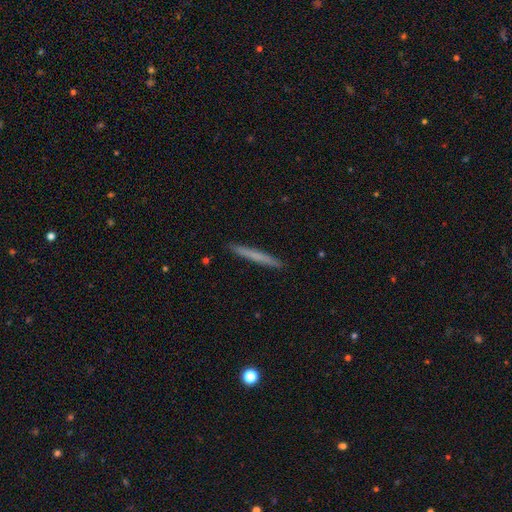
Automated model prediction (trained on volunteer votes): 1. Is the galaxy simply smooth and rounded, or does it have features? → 65% smooth, 29% featured or disk, 6% star or artifact.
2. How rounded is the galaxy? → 97% cigar-shaped, 2% in between, 1% round.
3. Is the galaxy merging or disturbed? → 92% none, 5% minor disturbance, 1% major disturbance, 1% merger.